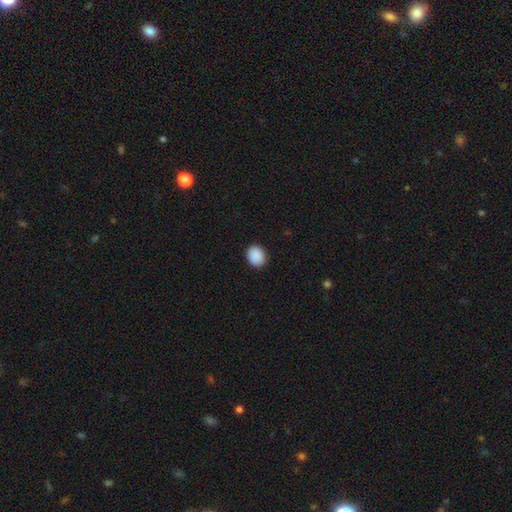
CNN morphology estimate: smooth_or_featured: smooth (p=0.90) [alt: star or artifact p=0.07]
how_rounded: round (p=0.57) [alt: in between p=0.42]
merging: none (p=0.90) [alt: minor disturbance p=0.07]